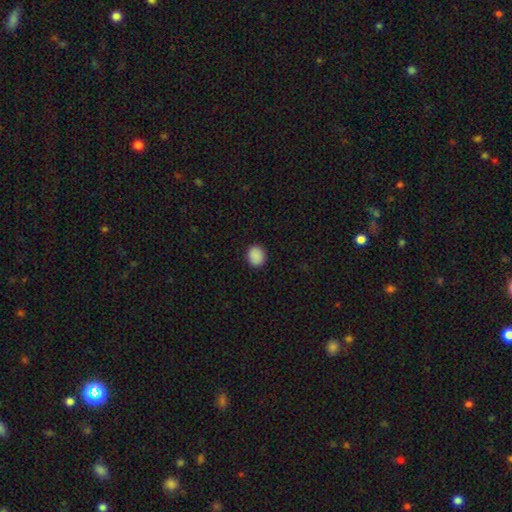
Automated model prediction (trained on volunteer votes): The model was most divided on "how rounded": round: 81%, in between: 18%, cigar-shaped: 1%. More confident: merging — none (91%); smooth or featured — smooth (89%).